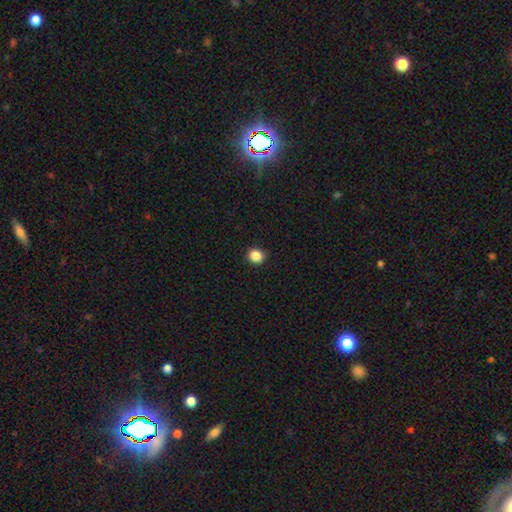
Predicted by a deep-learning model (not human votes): Smooth or featured?
  - smooth: 87% *
  - star or artifact: 11%
  - featured or disk: 3%
How rounded?
  - round: 78% *
  - in between: 21%
  - cigar-shaped: 1%
Merging?
  - none: 91% *
  - minor disturbance: 7%
  - major disturbance: 2%
  - merger: 1%